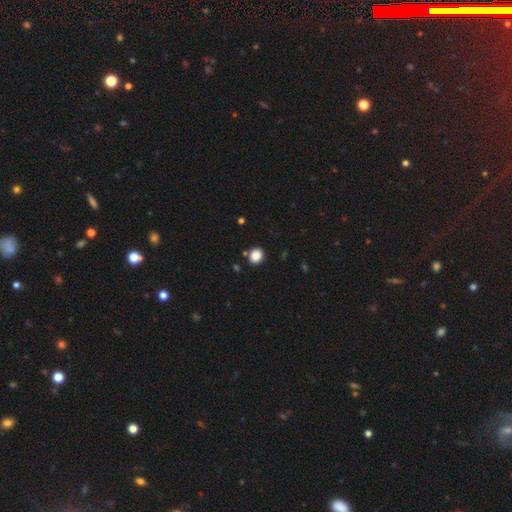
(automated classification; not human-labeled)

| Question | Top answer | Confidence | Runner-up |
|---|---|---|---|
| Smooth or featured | smooth | 87% | star or artifact (10%) |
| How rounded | round | 70% | in between (29%) |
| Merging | none | 86% | minor disturbance (8%) |